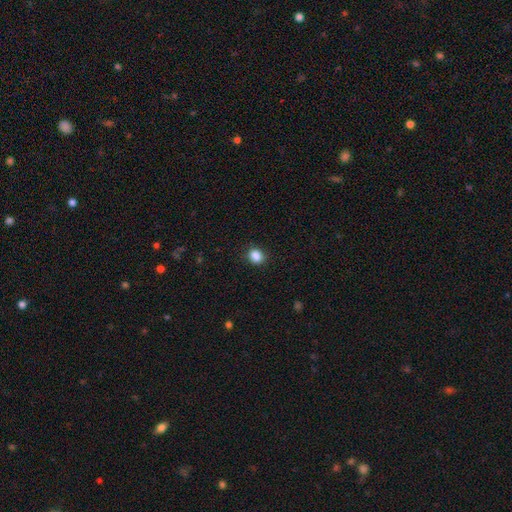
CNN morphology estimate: Smooth or featured?
  - smooth: 87% *
  - star or artifact: 10%
  - featured or disk: 3%
How rounded?
  - round: 60% *
  - in between: 39%
  - cigar-shaped: 1%
Merging?
  - none: 85% *
  - minor disturbance: 11%
  - major disturbance: 3%
  - merger: 1%